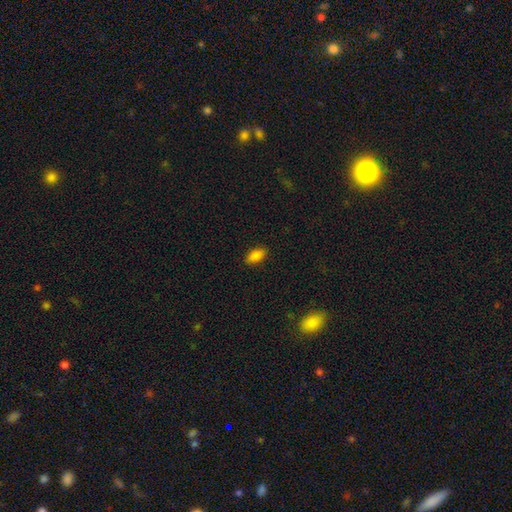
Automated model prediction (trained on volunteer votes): Morphology: type=smooth (85%); roundness=in between (90%); merging=none (88%).